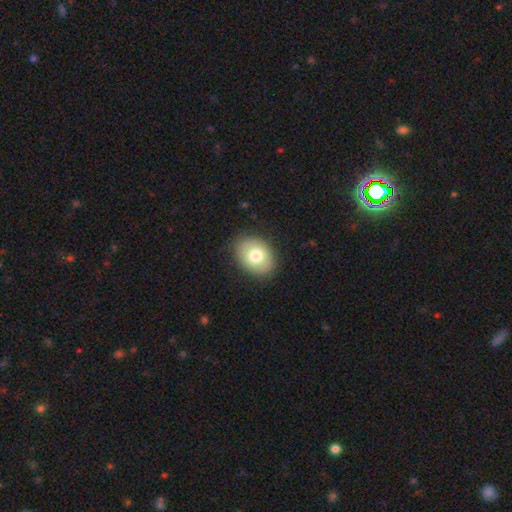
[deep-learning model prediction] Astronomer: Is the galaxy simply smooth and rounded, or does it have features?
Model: smooth — 72%.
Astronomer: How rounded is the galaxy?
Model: in between — 65%.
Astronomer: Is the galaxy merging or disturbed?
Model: none — 85%.